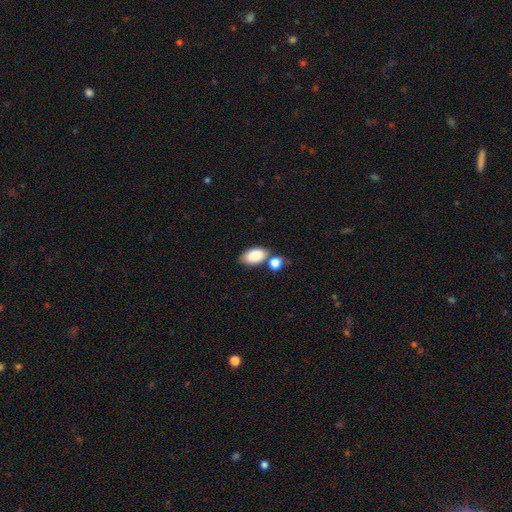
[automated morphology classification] The model was most divided on "merging": none: 55%, merger: 25%, minor disturbance: 15%, major disturbance: 5%. More confident: how rounded — in between (93%); smooth or featured — smooth (86%).